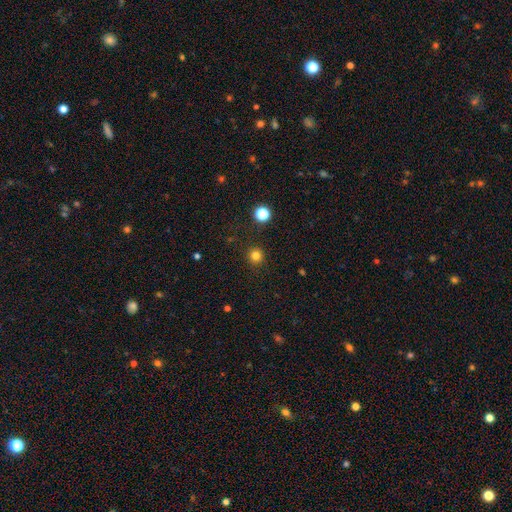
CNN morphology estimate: A smooth galaxy with no disk features (81%) that is round (95%).

Vote fractions:
- Smooth or featured? smooth: 81% / star or artifact: 15% / featured or disk: 5%
- How rounded? round: 95% / in between: 4% / cigar-shaped: 1%
- Merging? none: 91% / minor disturbance: 5% / major disturbance: 2% / merger: 1%